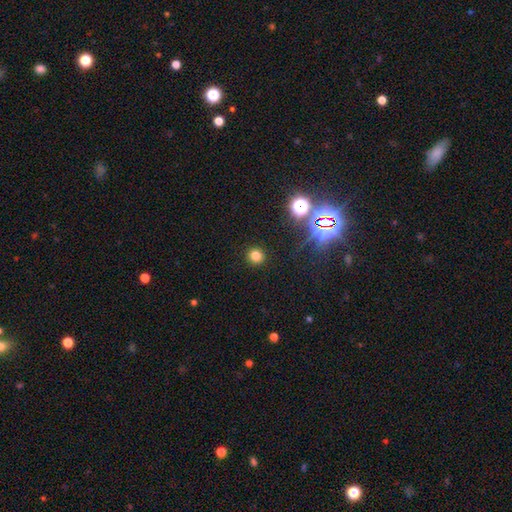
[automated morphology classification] Smooth or featured? smooth (75%)
How rounded? round (92%)
Merging? none (91%)